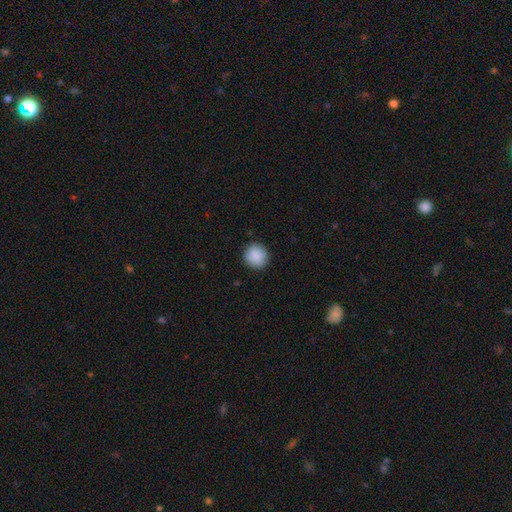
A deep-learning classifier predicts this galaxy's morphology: type=smooth (89%); roundness=round (91%); merging=none (90%).